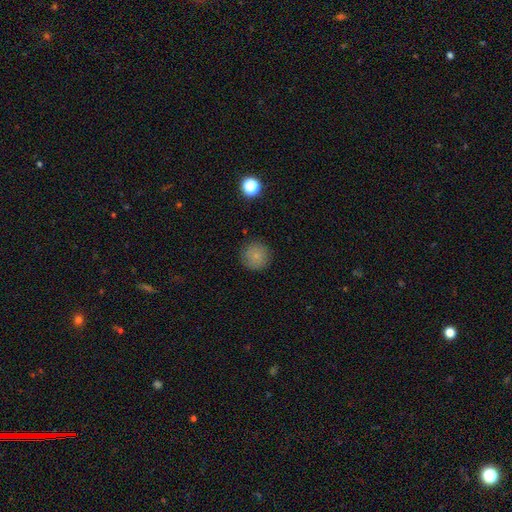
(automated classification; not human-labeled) smooth-or-featured: smooth: 81% | star or artifact: 11% | featured or disk: 8%
  how-rounded: round: 95% | in between: 4% | cigar-shaped: 1%
  merging: none: 88% | minor disturbance: 9% | major disturbance: 3% | merger: 1%